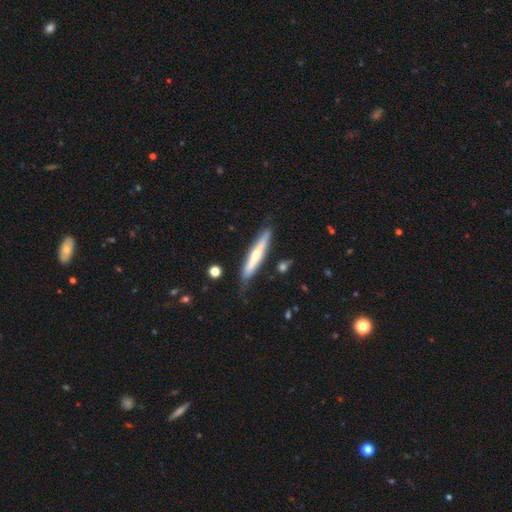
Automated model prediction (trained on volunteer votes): smooth_or_featured: featured or disk (p=0.48) [alt: smooth p=0.46]
merging: none (p=0.80) [alt: minor disturbance p=0.15]